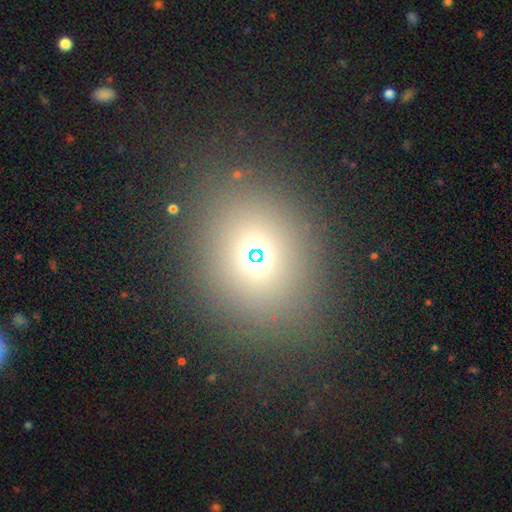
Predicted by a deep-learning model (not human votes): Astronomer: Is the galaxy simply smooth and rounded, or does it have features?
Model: smooth — 55% (runner-up: star or artifact, 32%).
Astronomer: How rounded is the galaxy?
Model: round — 54% (runner-up: in between, 43%).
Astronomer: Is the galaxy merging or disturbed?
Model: none — 83%.